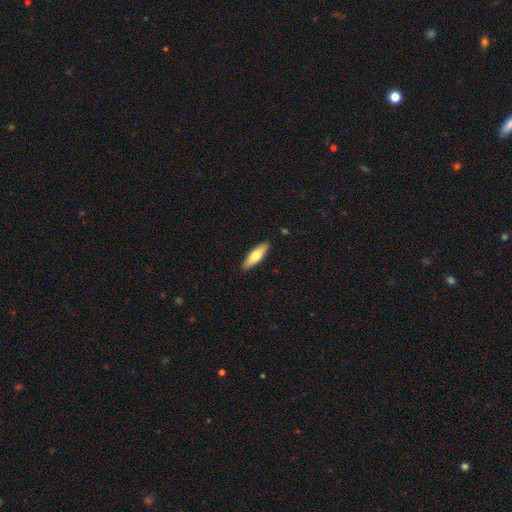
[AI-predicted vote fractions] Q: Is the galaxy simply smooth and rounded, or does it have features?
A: smooth — 66%.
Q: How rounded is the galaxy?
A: cigar-shaped — 54%.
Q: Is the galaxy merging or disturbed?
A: none — 89%.